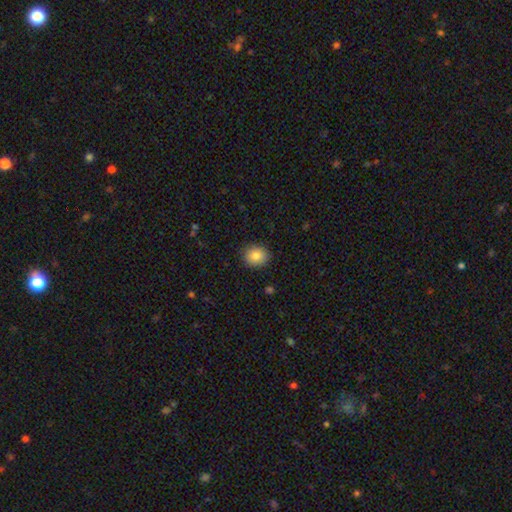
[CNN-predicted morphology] The model was most divided on "how rounded": round: 75%, in between: 24%, cigar-shaped: 1%. More confident: merging — none (89%); smooth or featured — smooth (85%).